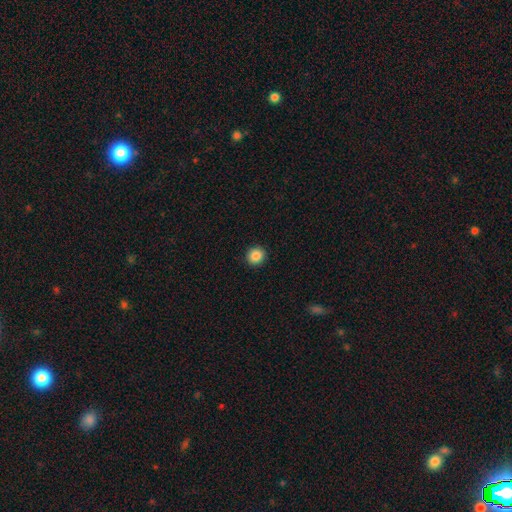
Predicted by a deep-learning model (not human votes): A smooth galaxy with no disk features (87%) that is round (91%). Merging: none (93%).